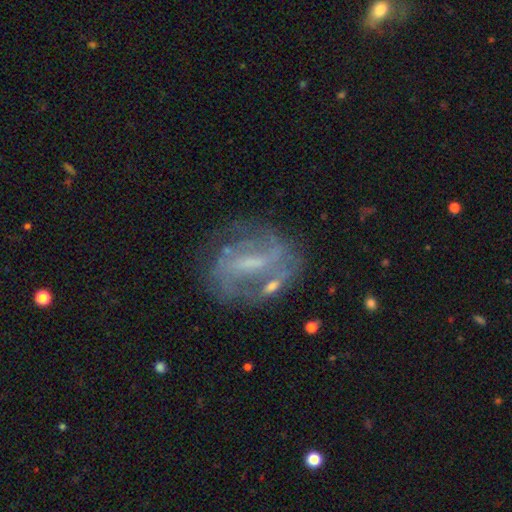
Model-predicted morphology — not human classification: A featured or disk galaxy (74%) with a strong bar (46%), 2 (57%) medium (41%) spiral arms (79%) and a small central bulge (49%). Merging: none (68%).